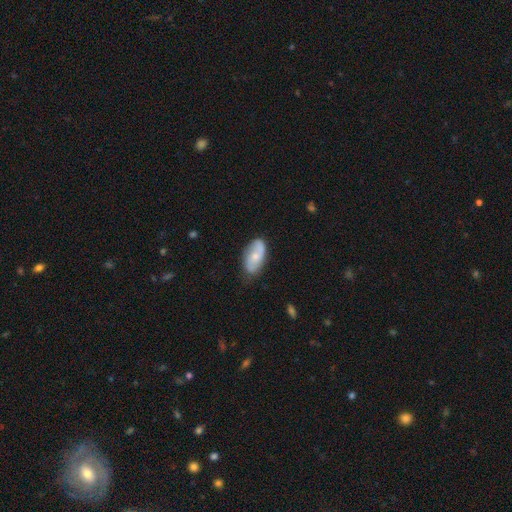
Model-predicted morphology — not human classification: Smooth or featured: featured or disk — 54% (smooth — 40%)
Edge-on disk: no — 94% (yes — 6%)
Bar: no — 67% (weak — 28%)
Spiral arms: yes — 84% (no — 16%)
Bulge size: small — 52% (moderate — 41%)
Merging: none — 74% (minor disturbance — 20%)